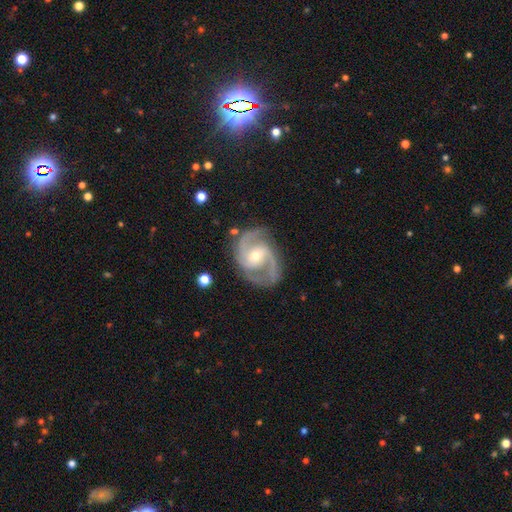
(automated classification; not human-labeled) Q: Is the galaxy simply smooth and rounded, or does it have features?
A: featured or disk — 91%.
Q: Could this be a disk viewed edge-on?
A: no — 98%.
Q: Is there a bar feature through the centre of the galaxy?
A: weak — 43%.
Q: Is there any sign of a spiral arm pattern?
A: yes — 98%.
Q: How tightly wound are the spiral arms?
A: medium — 61%.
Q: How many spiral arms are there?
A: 2 — 86%.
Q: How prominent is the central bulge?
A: moderate — 54%.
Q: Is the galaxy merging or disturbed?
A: none — 77%.